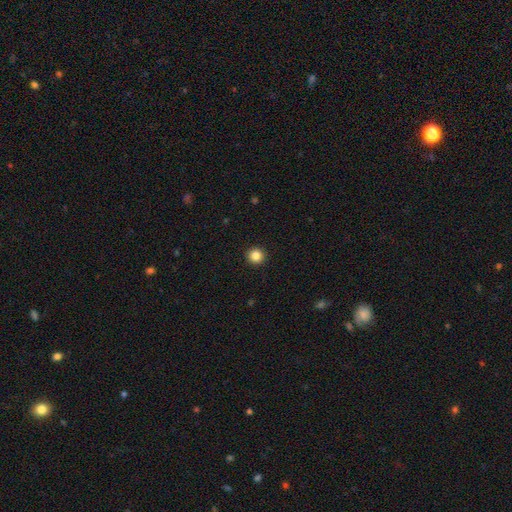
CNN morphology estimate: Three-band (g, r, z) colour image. It shows a smooth galaxy with no disk features (85%) that is round (96%). Merging: none (94%).